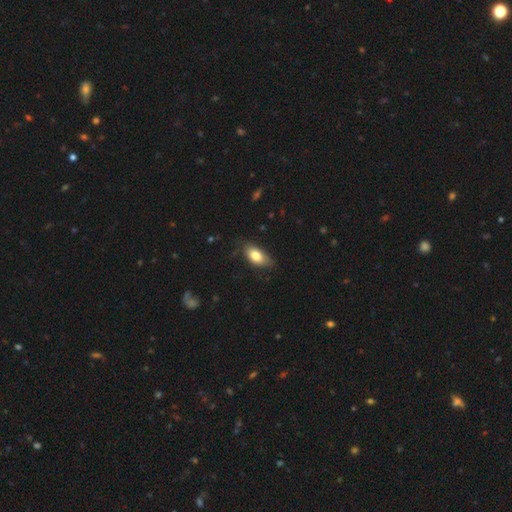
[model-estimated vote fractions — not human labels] smooth_or_featured: smooth (p=0.80) [alt: featured or disk p=0.14]
how_rounded: in between (p=0.90) [alt: cigar-shaped p=0.05]
merging: none (p=0.74) [alt: minor disturbance p=0.21]